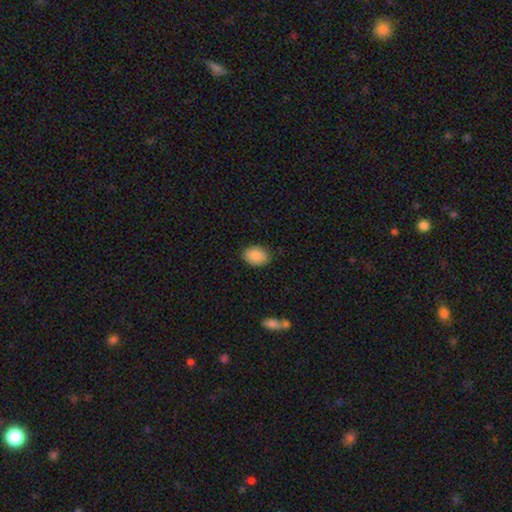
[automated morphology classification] Smooth or featured?
  - smooth: 89% *
  - star or artifact: 7%
  - featured or disk: 4%
How rounded?
  - in between: 76% *
  - round: 23%
  - cigar-shaped: 1%
Merging?
  - none: 85% *
  - minor disturbance: 11%
  - major disturbance: 2%
  - merger: 1%